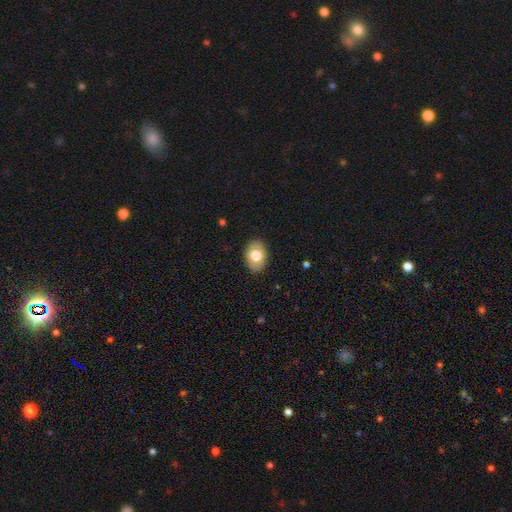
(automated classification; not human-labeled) Morphology: type=smooth (73%); roundness=in between (82%); merging=none (87%).